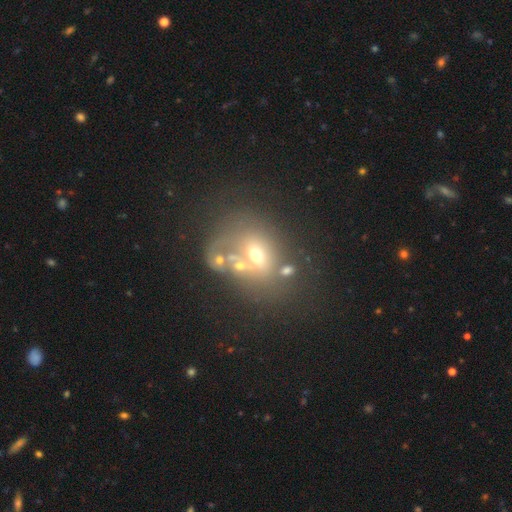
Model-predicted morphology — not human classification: Smooth or featured? smooth (47%)
Merging? none (34%, tied with merger)